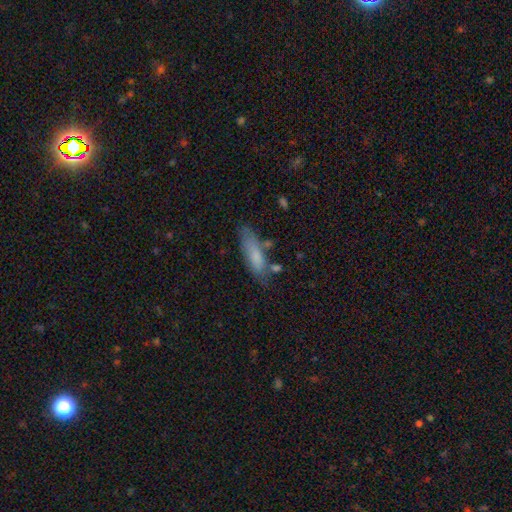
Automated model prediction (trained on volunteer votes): A smooth galaxy with no disk features (79%) that is cigar-shaped (54%).

Vote fractions:
- Smooth or featured? smooth: 79% / featured or disk: 14% / star or artifact: 7%
- How rounded? cigar-shaped: 54% / in between: 44% / round: 2%
- Merging? none: 61% / minor disturbance: 24% / merger: 8% / major disturbance: 7%